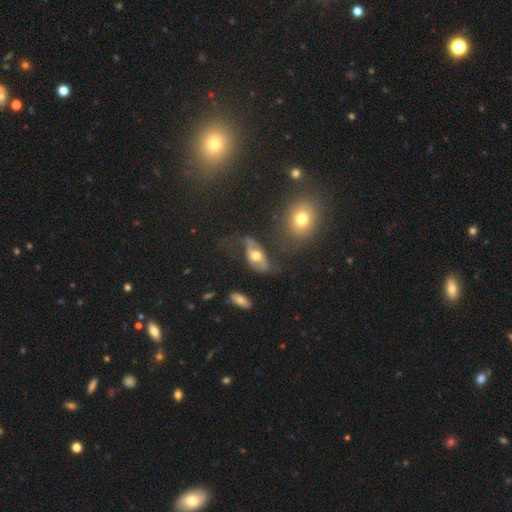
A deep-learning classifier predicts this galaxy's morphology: featured or disk 60%, smooth 33%, star or artifact 7%. Down the decision tree: edge-on disk — no (83%); merging — none (48%).